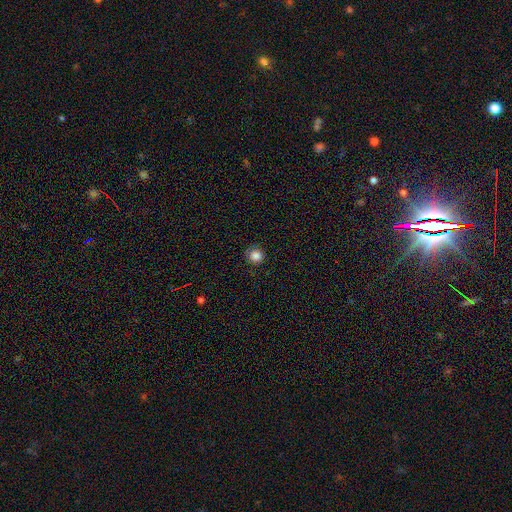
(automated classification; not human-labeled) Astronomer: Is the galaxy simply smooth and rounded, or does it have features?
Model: smooth — 84%.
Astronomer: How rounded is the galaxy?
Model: round — 91%.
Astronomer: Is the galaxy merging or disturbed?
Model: none — 84%.